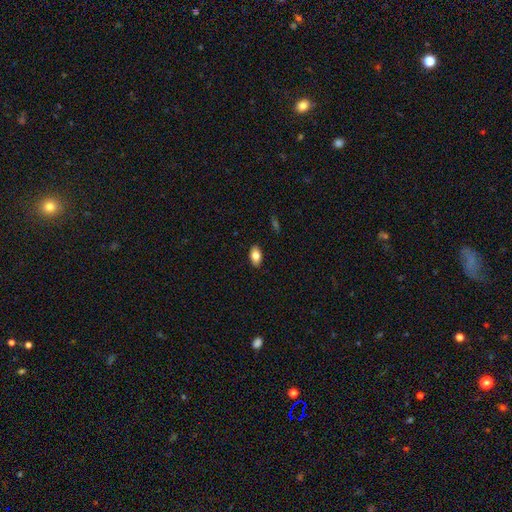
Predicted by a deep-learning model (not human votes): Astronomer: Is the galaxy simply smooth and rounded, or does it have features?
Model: smooth — 82%.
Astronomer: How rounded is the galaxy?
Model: in between — 92%.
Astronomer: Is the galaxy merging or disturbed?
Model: none — 89%.